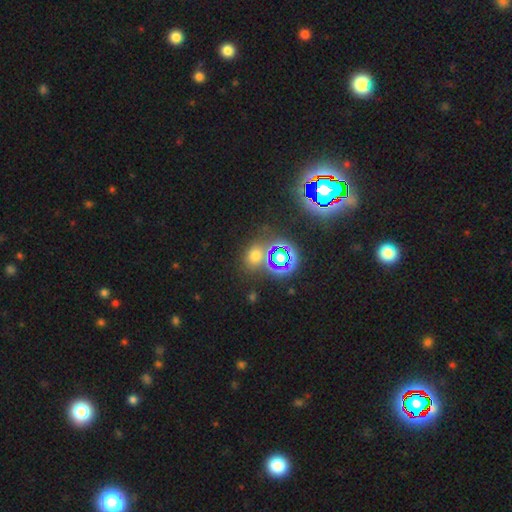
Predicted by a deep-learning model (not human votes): smooth-or-featured: smooth: 51% | star or artifact: 41% | featured or disk: 8%
  how-rounded: round: 67% | in between: 31% | cigar-shaped: 2%
  merging: none: 72% | merger: 12% | minor disturbance: 10% | major disturbance: 5%